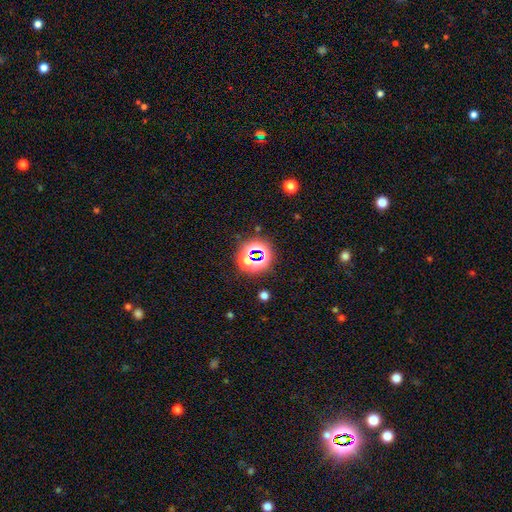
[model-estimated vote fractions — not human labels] Smooth or featured? Predicted: star or artifact (p=0.66).